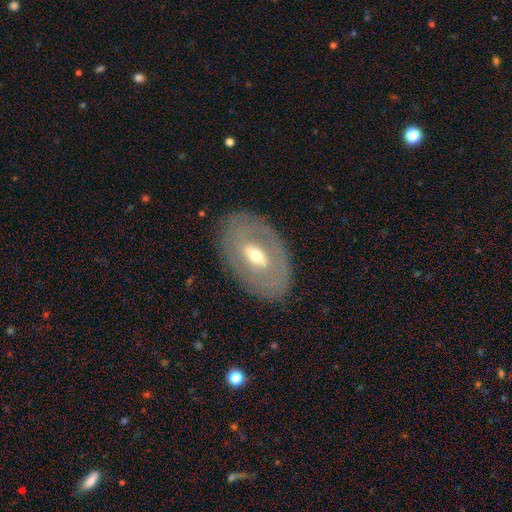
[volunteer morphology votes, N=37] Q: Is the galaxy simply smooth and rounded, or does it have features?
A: featured or disk — 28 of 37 (76%).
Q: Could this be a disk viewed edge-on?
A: no — 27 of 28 (96%).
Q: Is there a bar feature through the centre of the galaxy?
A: strong — 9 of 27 (33%, tied with weak and no).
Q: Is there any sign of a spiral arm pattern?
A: yes — 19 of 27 (70%).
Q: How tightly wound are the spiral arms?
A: tight — 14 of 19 (74%).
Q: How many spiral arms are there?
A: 2 — 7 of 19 (37%).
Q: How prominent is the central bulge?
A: moderate — 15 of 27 (56%).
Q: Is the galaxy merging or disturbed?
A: none — 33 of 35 (94%).